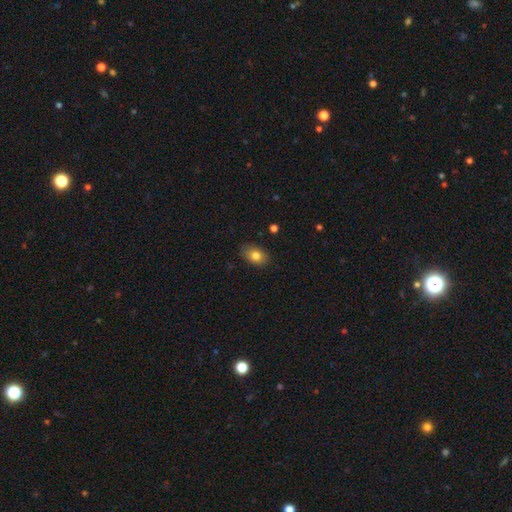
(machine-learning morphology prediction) Overall: smooth (80%). How rounded: in between (83%). Merging: none (85%).